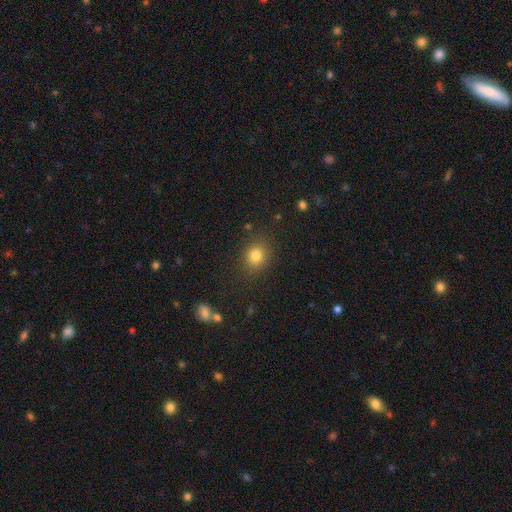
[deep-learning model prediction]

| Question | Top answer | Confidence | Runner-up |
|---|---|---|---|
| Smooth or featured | smooth | 80% | star or artifact (13%) |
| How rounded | round | 74% | in between (25%) |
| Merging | none | 85% | minor disturbance (10%) |